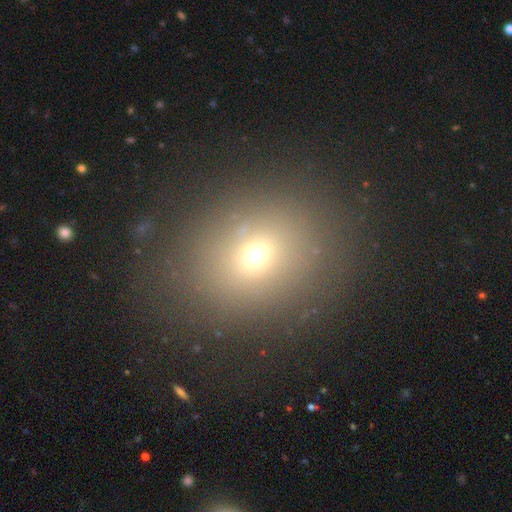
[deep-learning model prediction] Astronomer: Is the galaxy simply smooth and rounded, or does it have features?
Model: smooth — 64%.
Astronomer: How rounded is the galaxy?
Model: round — 58% (runner-up: in between, 41%).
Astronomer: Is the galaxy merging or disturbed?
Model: none — 82%.